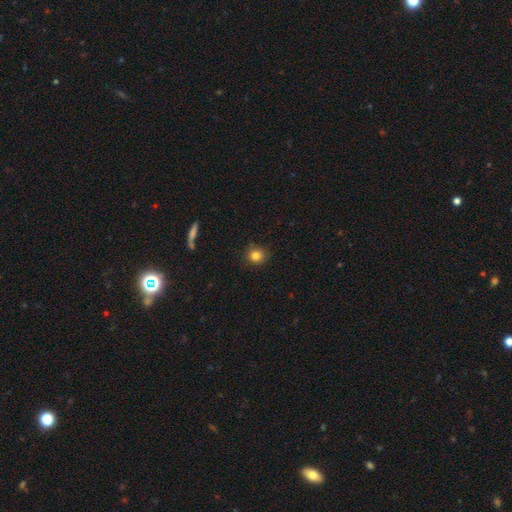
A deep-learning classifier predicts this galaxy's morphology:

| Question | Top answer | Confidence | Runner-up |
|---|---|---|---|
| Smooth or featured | smooth | 83% | star or artifact (11%) |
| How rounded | round | 85% | in between (14%) |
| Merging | none | 86% | minor disturbance (10%) |